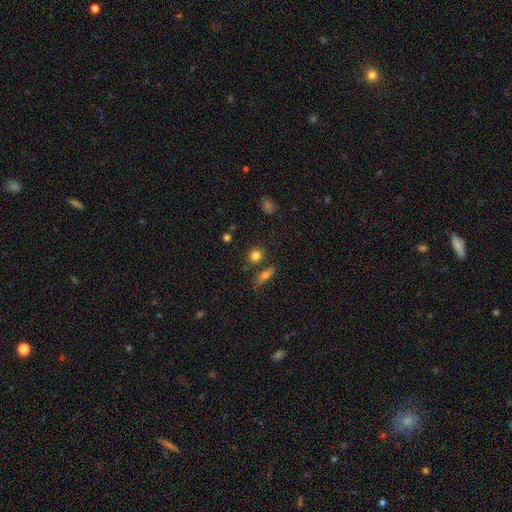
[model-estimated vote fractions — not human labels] A smooth galaxy with no disk features (82%) that is round (77%). Merging: none (76%).